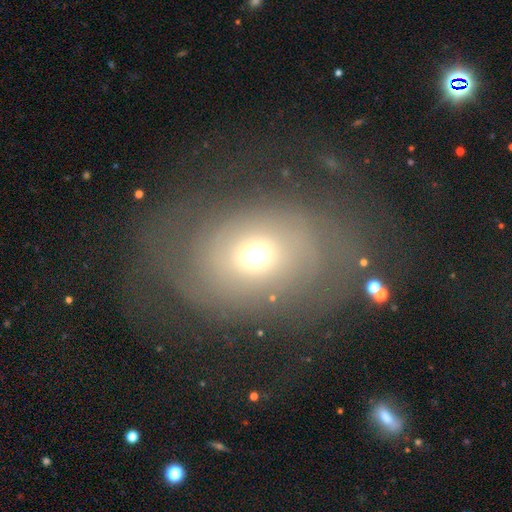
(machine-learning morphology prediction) This is marginally a featured or disk galaxy (44%). Merging: possibly none (53%).